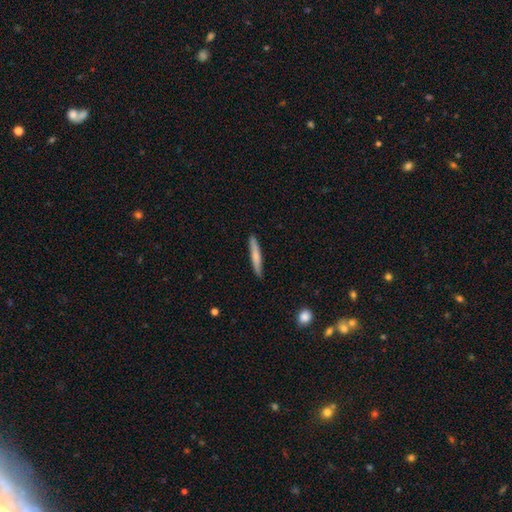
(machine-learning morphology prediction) Q: Smooth or featured?
A: smooth (68%); runner-up: featured or disk (27%)
Q: How rounded?
A: cigar-shaped (94%); runner-up: in between (4%)
Q: Merging?
A: none (89%); runner-up: minor disturbance (8%)